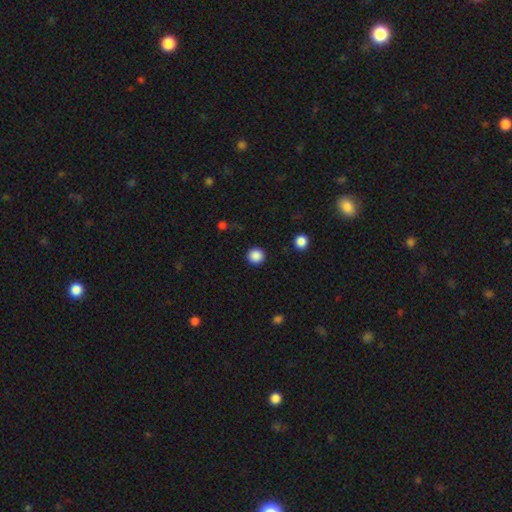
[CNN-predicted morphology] Smooth or featured: smooth — 87% (star or artifact — 10%)
How rounded: round — 94% (in between — 5%)
Merging: none — 92% (minor disturbance — 5%)